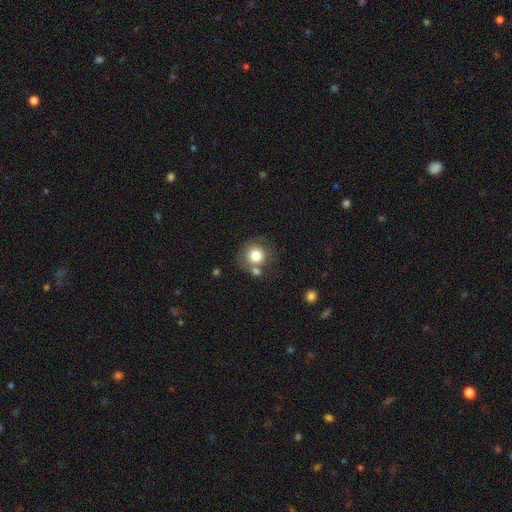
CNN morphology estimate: Smooth or featured?
  - smooth: 78% *
  - featured or disk: 12%
  - star or artifact: 10%
How rounded?
  - round: 88% *
  - in between: 11%
  - cigar-shaped: 1%
Merging?
  - none: 63% *
  - merger: 19%
  - minor disturbance: 13%
  - major disturbance: 5%